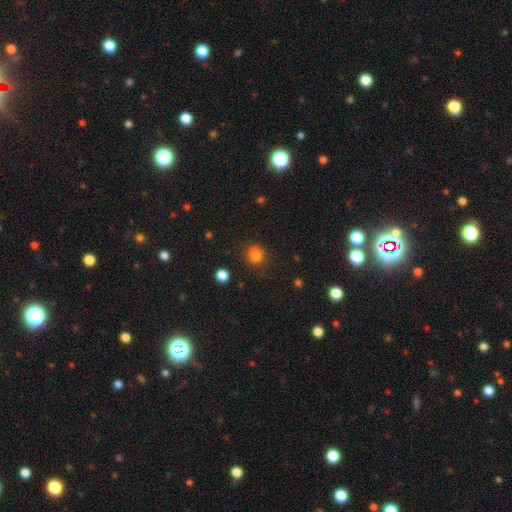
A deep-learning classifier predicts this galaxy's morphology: Smooth or featured? smooth (79%)
How rounded? round (83%)
Merging? none (77%)